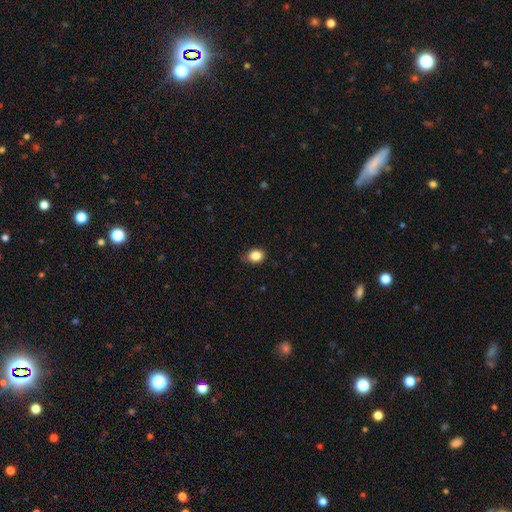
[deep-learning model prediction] A smooth galaxy with no disk features (85%) that is in between round and cigar-shaped (50%). Merging: none (76%).